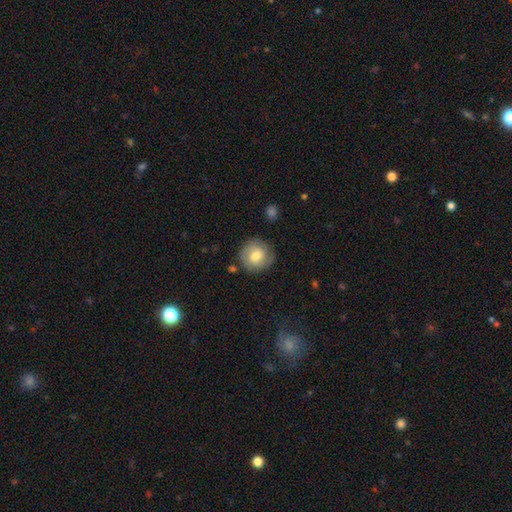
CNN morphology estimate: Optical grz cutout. It shows a smooth galaxy with no disk features (72%) that is round (91%). Merging: none (79%).